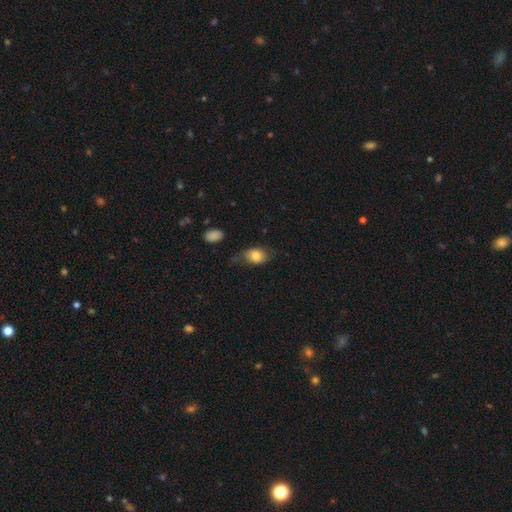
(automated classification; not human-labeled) A smooth galaxy with no disk features (79%) that is in between round and cigar-shaped (78%). Merging: none (54%).